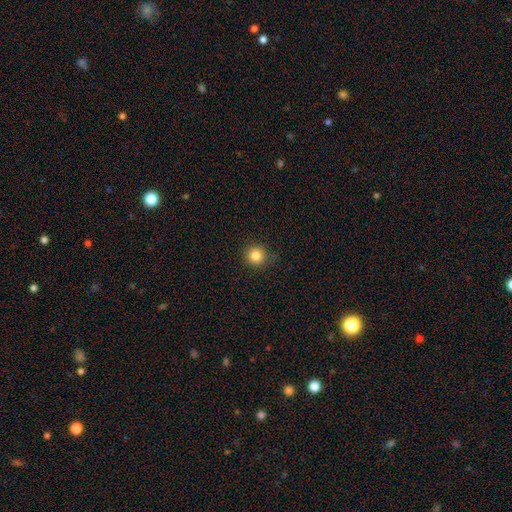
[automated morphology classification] Smooth or featured: smooth — 84% (star or artifact — 11%)
How rounded: round — 93% (in between — 6%)
Merging: none — 88% (minor disturbance — 9%)